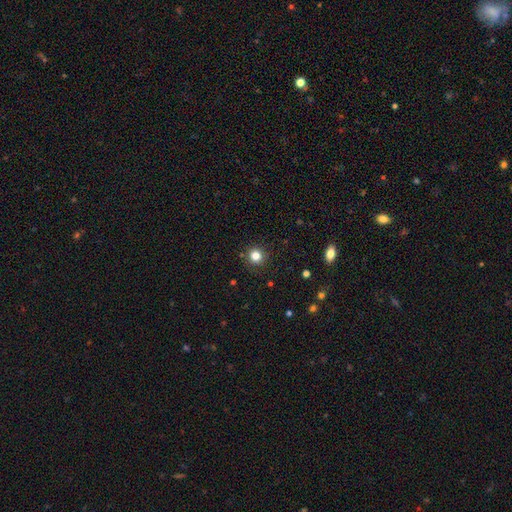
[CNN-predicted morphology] smooth-or-featured: smooth: 82% | star or artifact: 13% | featured or disk: 5%
  how-rounded: round: 93% | in between: 6% | cigar-shaped: 1%
  merging: none: 90% | minor disturbance: 7% | major disturbance: 2% | merger: 1%